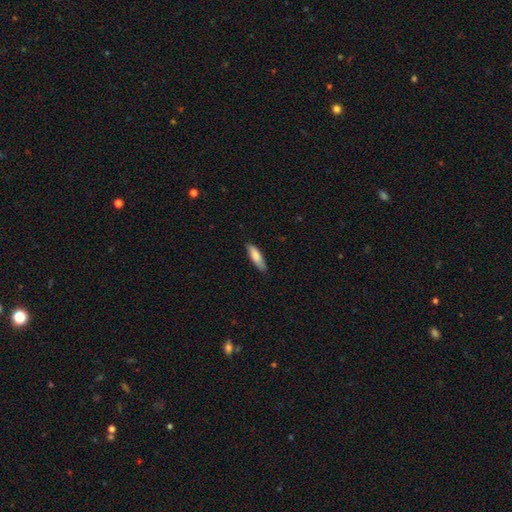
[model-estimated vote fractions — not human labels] Morphology: type=smooth (84%); roundness=cigar-shaped (56%); merging=none (83%).